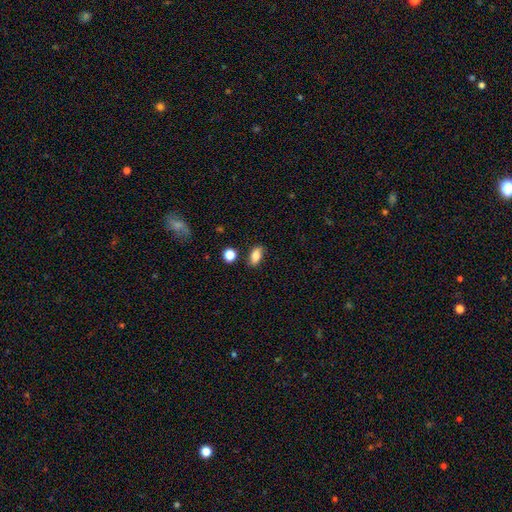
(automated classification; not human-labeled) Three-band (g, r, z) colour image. It shows a smooth galaxy with no disk features (82%) that is in between round and cigar-shaped (85%). Merging: none (82%).